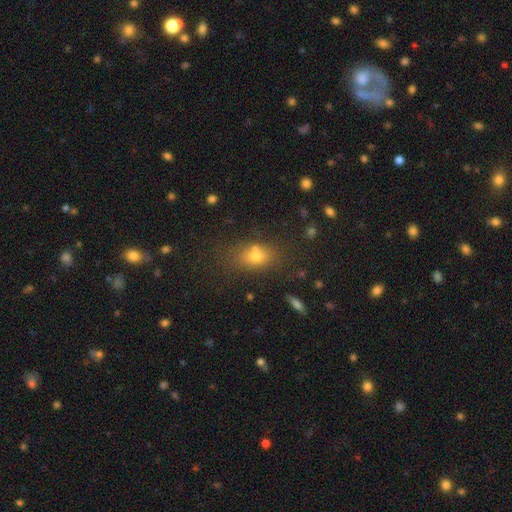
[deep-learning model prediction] smooth-or-featured: smooth: 70% | star or artifact: 17% | featured or disk: 13%
  how-rounded: in between: 69% | round: 28% | cigar-shaped: 3%
  merging: none: 61% | merger: 18% | minor disturbance: 15% | major disturbance: 6%